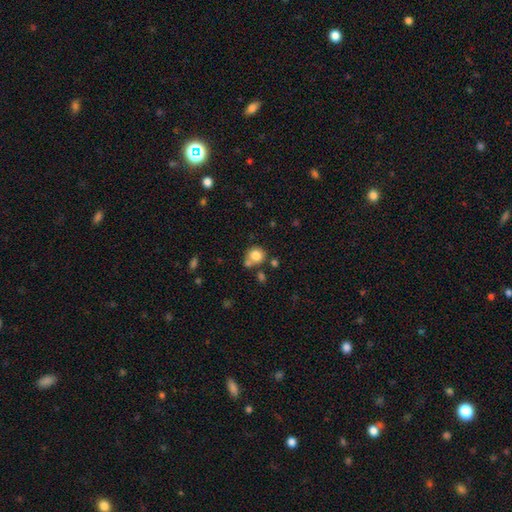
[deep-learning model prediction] Overall: smooth (80%). How rounded: round (84%). Merging: none (57%; merger 25%).